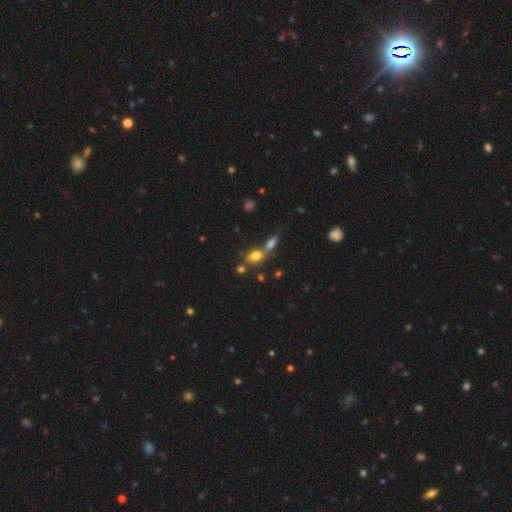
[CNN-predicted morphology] Smooth or featured?
  - smooth: 75% *
  - star or artifact: 13%
  - featured or disk: 12%
How rounded?
  - in between: 73% *
  - round: 20%
  - cigar-shaped: 7%
Merging?
  - none: 43% *
  - merger: 42%
  - minor disturbance: 10%
  - major disturbance: 5%